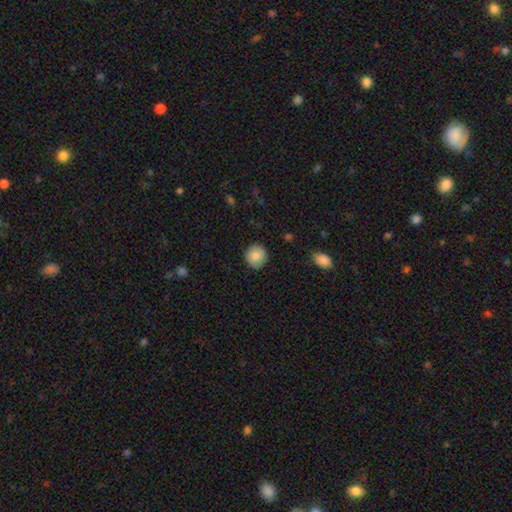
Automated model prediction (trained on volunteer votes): A smooth galaxy with no disk features (87%) that is round (92%).

Vote fractions:
- Smooth or featured? smooth: 87% / star or artifact: 7% / featured or disk: 6%
- How rounded? round: 92% / in between: 7% / cigar-shaped: 1%
- Merging? none: 89% / minor disturbance: 8% / major disturbance: 2% / merger: 1%